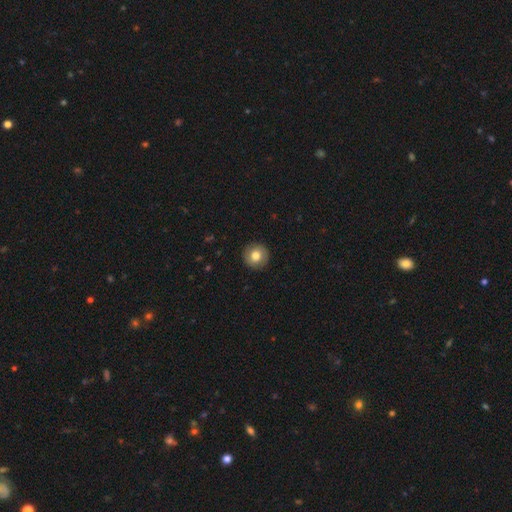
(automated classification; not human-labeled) Smooth or featured?
  - smooth: 78% *
  - featured or disk: 13%
  - star or artifact: 8%
How rounded?
  - round: 95% *
  - in between: 4%
  - cigar-shaped: 1%
Merging?
  - none: 92% *
  - minor disturbance: 5%
  - major disturbance: 2%
  - merger: 1%